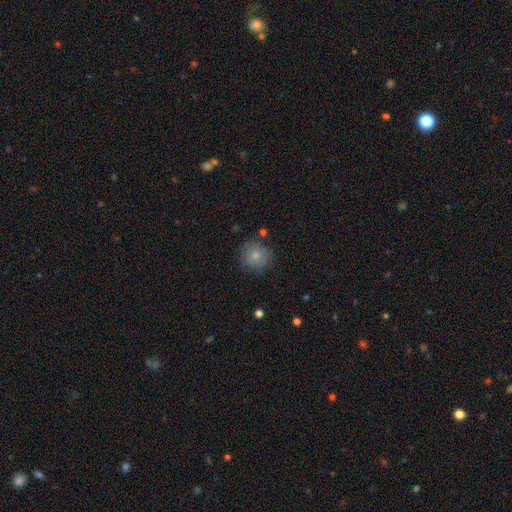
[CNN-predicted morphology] Overall: smooth (78%). How rounded: round (91%). Merging: none (78%).